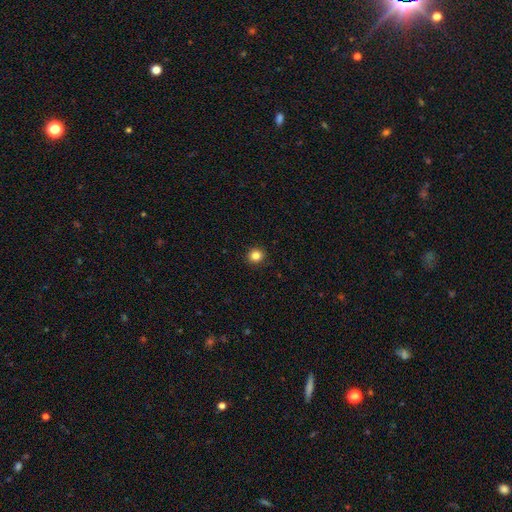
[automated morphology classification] The model was most divided on "smooth or featured": smooth: 84%, star or artifact: 12%, featured or disk: 4%. More confident: merging — none (93%); how rounded — round (90%).